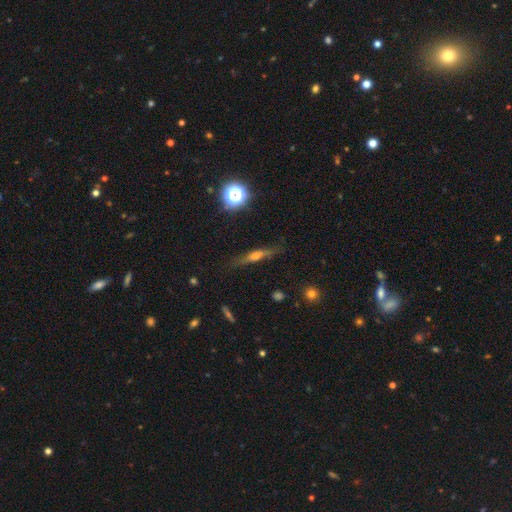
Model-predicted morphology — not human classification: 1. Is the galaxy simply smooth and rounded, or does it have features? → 52% featured or disk, 36% smooth, 12% star or artifact.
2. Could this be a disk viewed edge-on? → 87% yes, 13% no.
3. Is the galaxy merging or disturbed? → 78% none, 15% minor disturbance, 5% major disturbance, 2% merger.